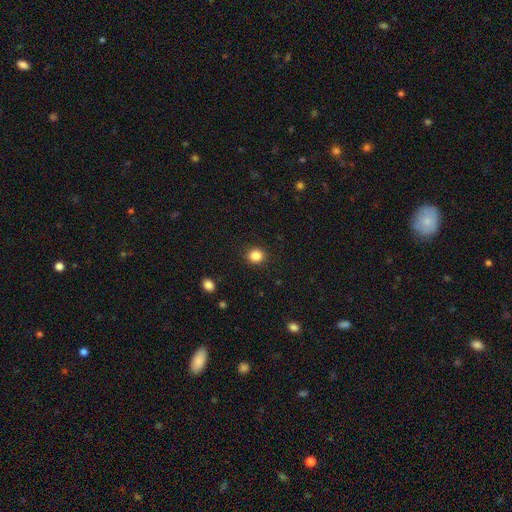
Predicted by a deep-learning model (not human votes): The model was most divided on "how rounded": round: 85%, in between: 14%, cigar-shaped: 1%. More confident: merging — none (91%); smooth or featured — smooth (85%).